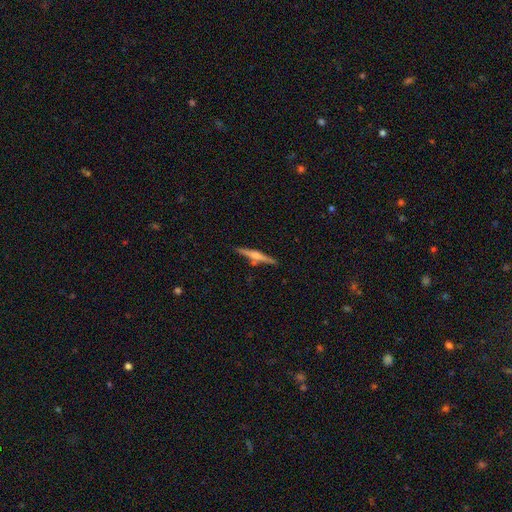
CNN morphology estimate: Smooth or featured? Predicted: featured or disk (p=0.63). Edge-on disk? Predicted: yes (p=0.98). Edge-on bulge? Predicted: rounded (p=0.73). Merging? Predicted: none (p=0.86).